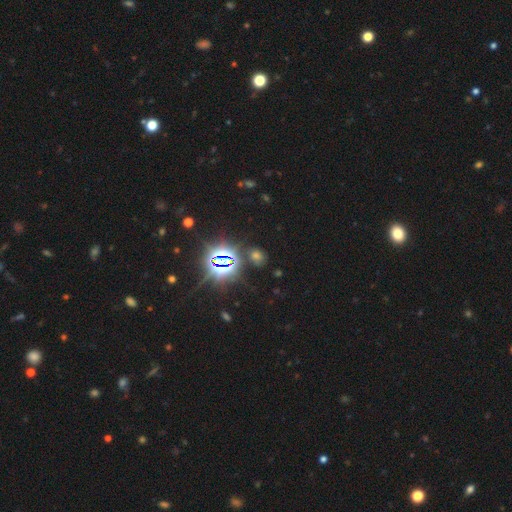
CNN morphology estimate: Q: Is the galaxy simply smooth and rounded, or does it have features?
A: star or artifact — 57%.